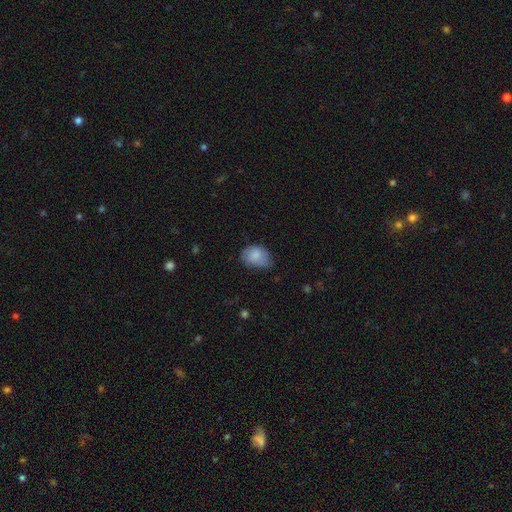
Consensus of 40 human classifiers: Smooth or featured: smooth — 88% (star or artifact — 10%)
How rounded: in between — 69% (round — 31%)
Merging: minor disturbance — 50% (none — 39%)